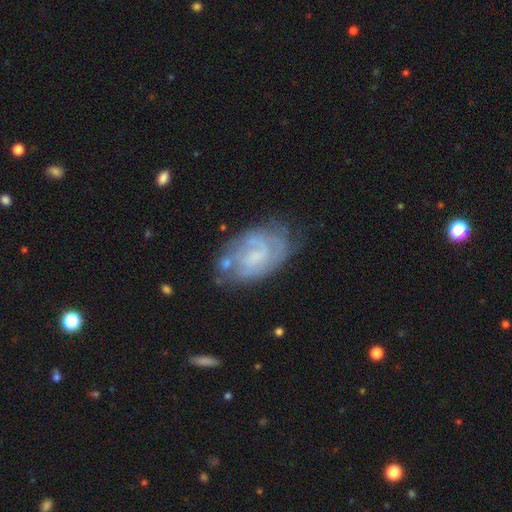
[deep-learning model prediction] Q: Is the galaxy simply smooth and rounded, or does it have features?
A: featured or disk — 68%.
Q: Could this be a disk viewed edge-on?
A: no — 96%.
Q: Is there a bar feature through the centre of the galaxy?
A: no — 48%.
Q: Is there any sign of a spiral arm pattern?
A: yes — 74%.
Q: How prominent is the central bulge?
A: small — 40%.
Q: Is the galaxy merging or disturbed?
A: none — 57%.